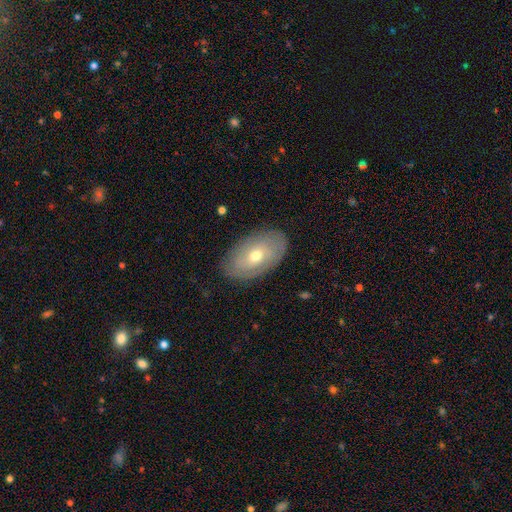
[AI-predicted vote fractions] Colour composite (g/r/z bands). It shows a smooth galaxy with no disk features (48%). Merging: none (83%).